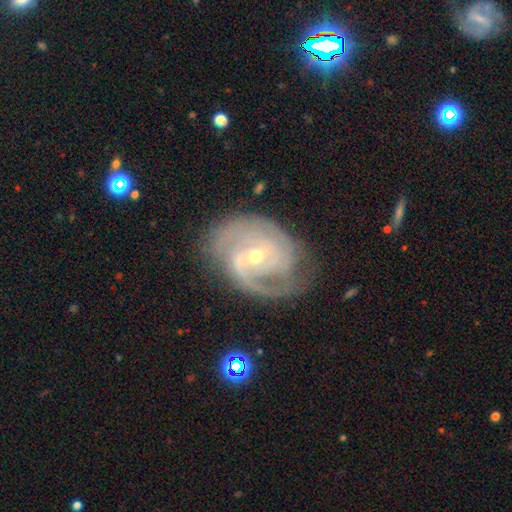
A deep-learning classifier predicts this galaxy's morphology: type=featured or disk (87%); edge-on=no (97%); bar=no (48%); spiral arms=yes (96%); winding=tight (52%); arm count=2 (48%); bulge=small (59%); merging=none (65%).